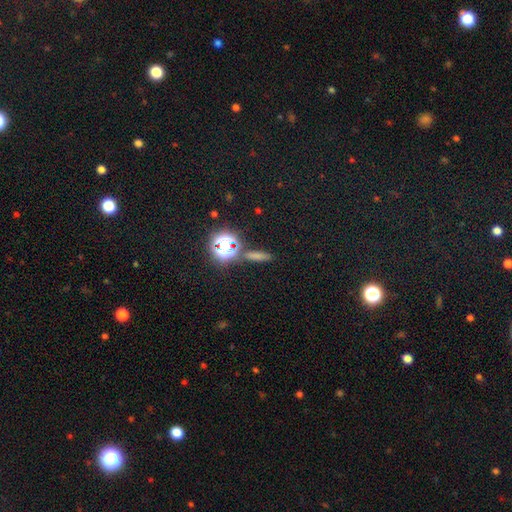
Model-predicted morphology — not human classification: The model was most divided on "smooth or featured": smooth: 46%, star or artifact: 40%, featured or disk: 14%. More confident: merging — none (81%).